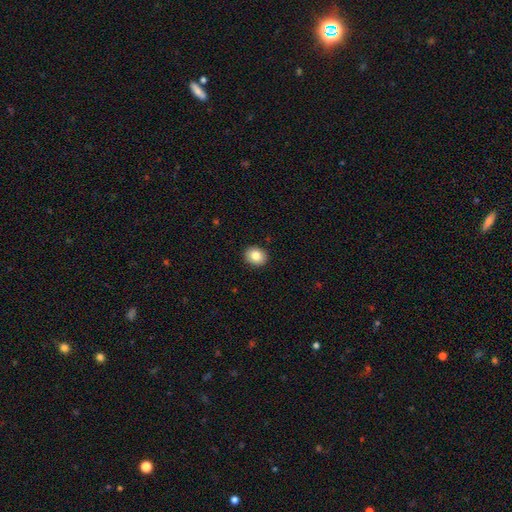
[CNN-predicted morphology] A smooth galaxy with no disk features (82%) that is round (65%).

Vote fractions:
- Smooth or featured? smooth: 82% / star or artifact: 9% / featured or disk: 9%
- How rounded? round: 65% / in between: 34% / cigar-shaped: 1%
- Merging? none: 91% / minor disturbance: 6% / major disturbance: 2% / merger: 1%